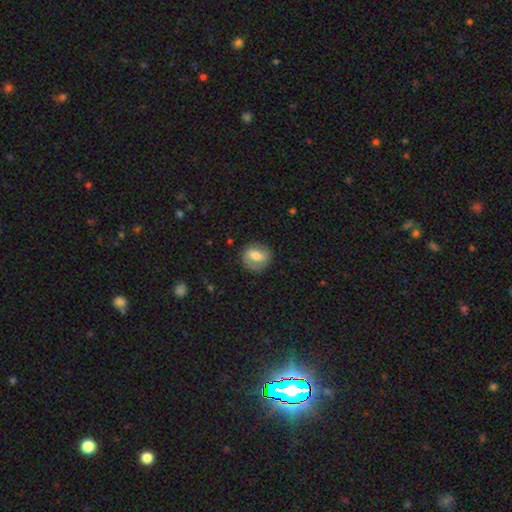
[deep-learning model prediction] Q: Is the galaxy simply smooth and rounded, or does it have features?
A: smooth — 55%.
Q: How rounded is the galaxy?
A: round — 67%.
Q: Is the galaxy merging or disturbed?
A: none — 78%.